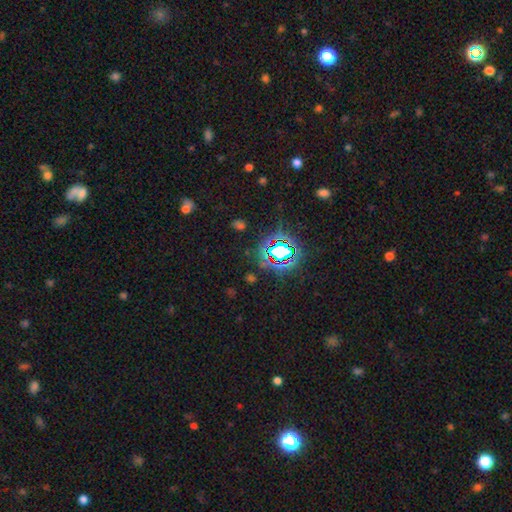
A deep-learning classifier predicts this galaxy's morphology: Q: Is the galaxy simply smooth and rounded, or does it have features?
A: star or artifact — 78%.